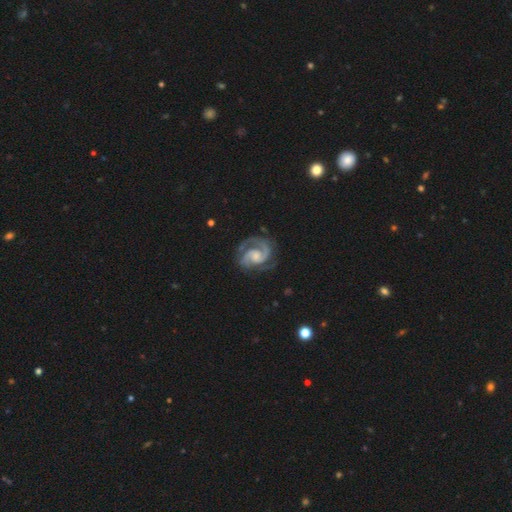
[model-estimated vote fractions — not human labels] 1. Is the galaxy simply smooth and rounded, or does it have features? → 92% featured or disk, 4% smooth, 4% star or artifact.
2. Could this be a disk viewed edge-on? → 98% no, 2% yes.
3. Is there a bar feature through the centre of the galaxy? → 52% no, 39% weak, 9% strong.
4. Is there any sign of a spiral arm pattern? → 98% yes, 2% no.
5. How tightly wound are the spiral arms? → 52% medium, 40% tight, 9% loose.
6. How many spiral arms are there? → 89% 2, 4% 3, 3% can't tell, 2% 1, 1% 4, 1% more than 4.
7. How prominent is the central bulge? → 41% small, 31% moderate, 21% none, 6% large, 1% dominant.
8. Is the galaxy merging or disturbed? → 73% none, 17% minor disturbance, 8% major disturbance, 2% merger.